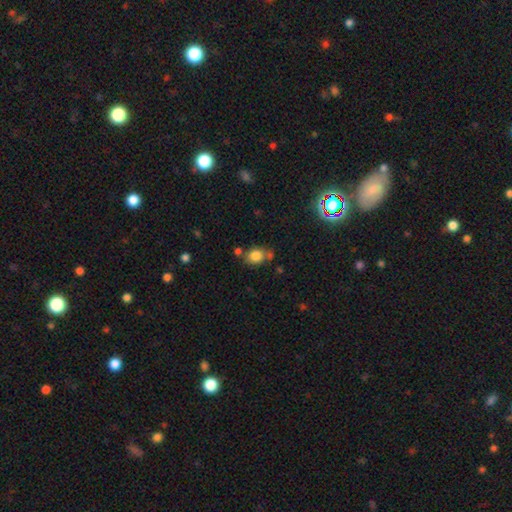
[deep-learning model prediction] Smooth or featured?
  - smooth: 82% *
  - star or artifact: 10%
  - featured or disk: 8%
How rounded?
  - round: 55% *
  - in between: 44%
  - cigar-shaped: 1%
Merging?
  - none: 62% *
  - merger: 16%
  - minor disturbance: 16%
  - major disturbance: 5%